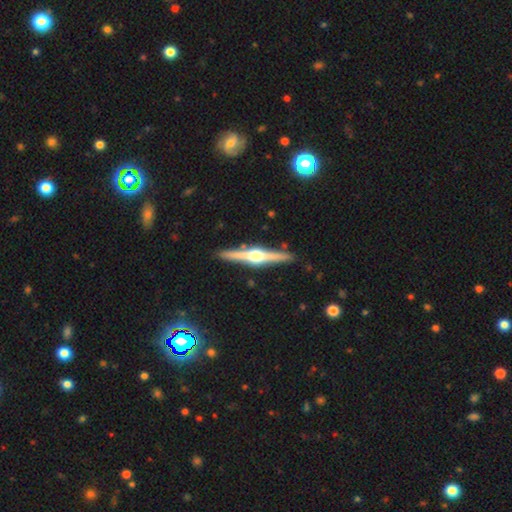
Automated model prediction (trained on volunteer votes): Overall: featured or disk (80%). Edge-on disk: yes (98%). Edge-on bulge: rounded (95%). Merging: none (90%).